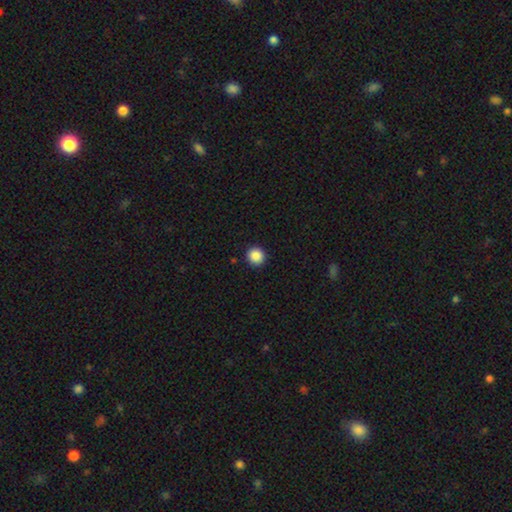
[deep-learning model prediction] A smooth galaxy with no disk features (88%) that is round (94%).

Vote fractions:
- Smooth or featured? smooth: 88% / star or artifact: 9% / featured or disk: 3%
- How rounded? round: 94% / in between: 5% / cigar-shaped: 1%
- Merging? none: 93% / minor disturbance: 5% / major disturbance: 2% / merger: 1%